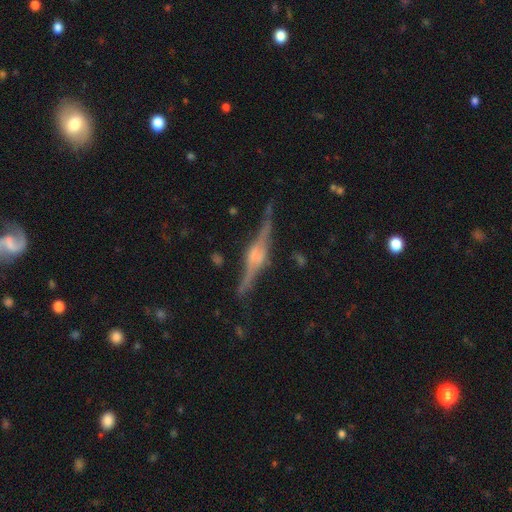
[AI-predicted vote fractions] Smooth or featured? featured or disk (85%)
Edge-on disk? yes (98%)
Edge-on bulge? rounded (73%)
Merging? none (84%)